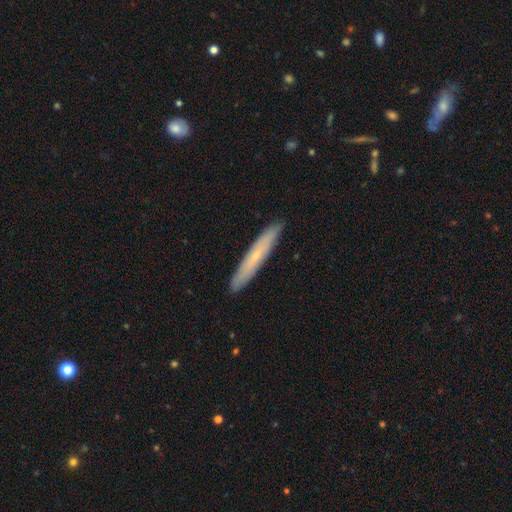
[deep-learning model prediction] Smooth or featured: smooth — 53% (featured or disk — 41%)
How rounded: cigar-shaped — 94% (in between — 4%)
Merging: none — 91% (minor disturbance — 7%)